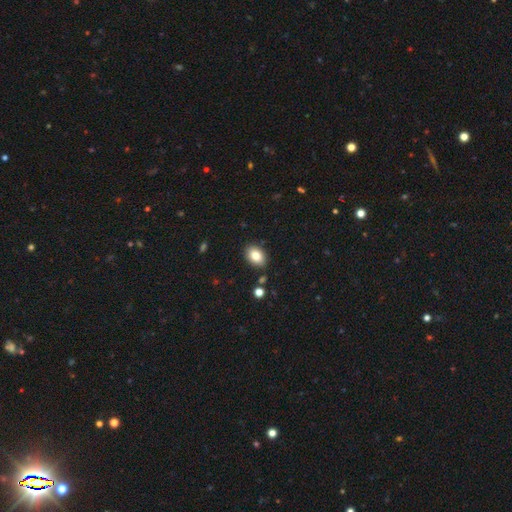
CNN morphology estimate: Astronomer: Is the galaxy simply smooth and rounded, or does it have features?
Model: smooth — 83%.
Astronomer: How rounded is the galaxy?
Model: in between — 83%.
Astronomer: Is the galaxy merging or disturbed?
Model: none — 87%.